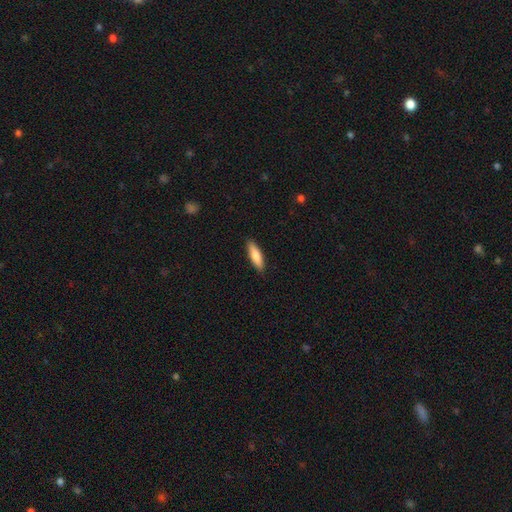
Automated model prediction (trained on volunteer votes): smooth-or-featured: smooth: 81% | featured or disk: 13% | star or artifact: 5%
  how-rounded: cigar-shaped: 56% | in between: 42% | round: 2%
  merging: none: 90% | minor disturbance: 8% | major disturbance: 2% | merger: 1%